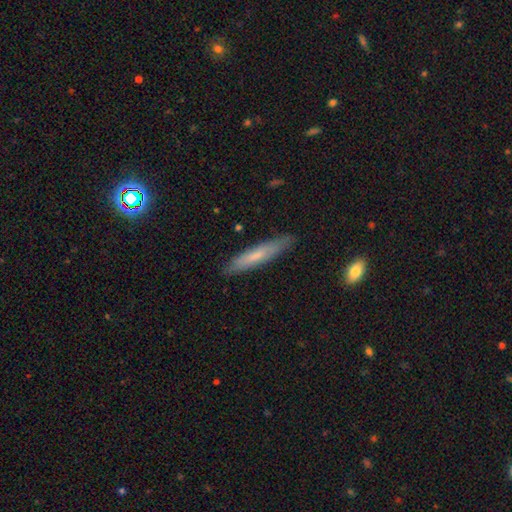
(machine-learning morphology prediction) A smooth galaxy with no disk features (63%) that is cigar-shaped (91%).

Vote fractions:
- Smooth or featured? smooth: 63% / featured or disk: 30% / star or artifact: 7%
- How rounded? cigar-shaped: 91% / in between: 7% / round: 1%
- Merging? none: 86% / minor disturbance: 10% / major disturbance: 2% / merger: 1%